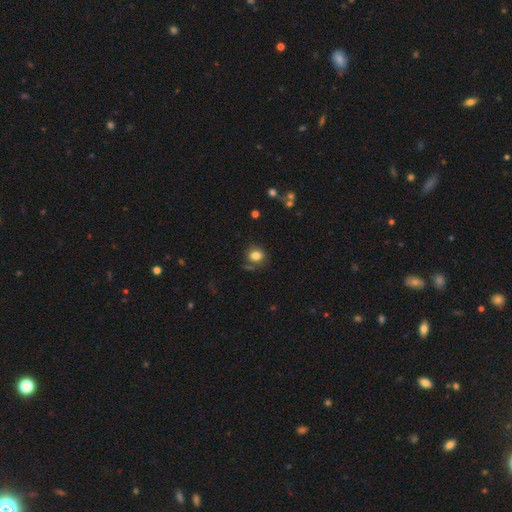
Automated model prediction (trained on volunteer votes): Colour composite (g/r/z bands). It shows a smooth galaxy with no disk features (82%) that is round (58%). Merging: none (72%).